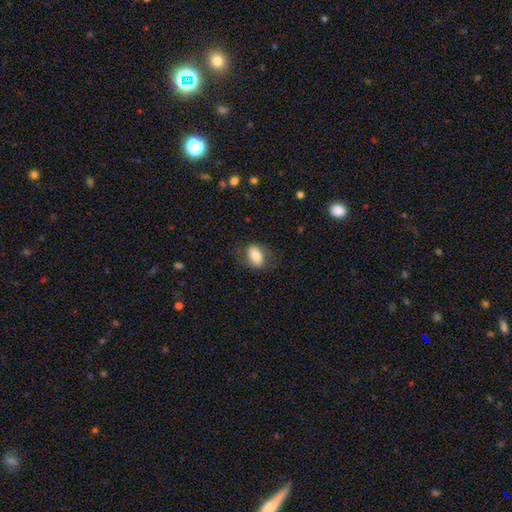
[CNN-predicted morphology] A smooth galaxy with no disk features (75%) that is in between round and cigar-shaped (83%). Merging: none (73%).